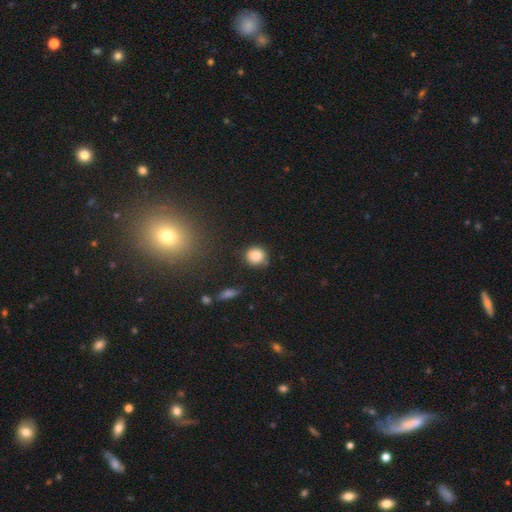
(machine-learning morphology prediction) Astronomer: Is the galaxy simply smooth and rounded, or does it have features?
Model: smooth — 85%.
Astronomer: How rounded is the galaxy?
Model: round — 86%.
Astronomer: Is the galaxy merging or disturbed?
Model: none — 78%.